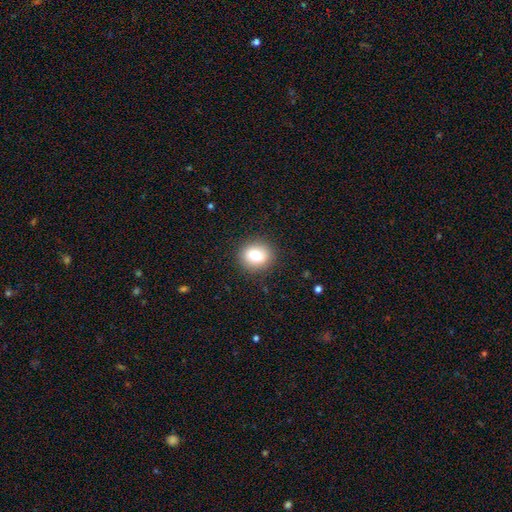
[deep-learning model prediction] Smooth or featured?
  - smooth: 78% *
  - featured or disk: 12%
  - star or artifact: 10%
How rounded?
  - round: 74% *
  - in between: 25%
  - cigar-shaped: 1%
Merging?
  - none: 89% *
  - minor disturbance: 7%
  - major disturbance: 3%
  - merger: 1%